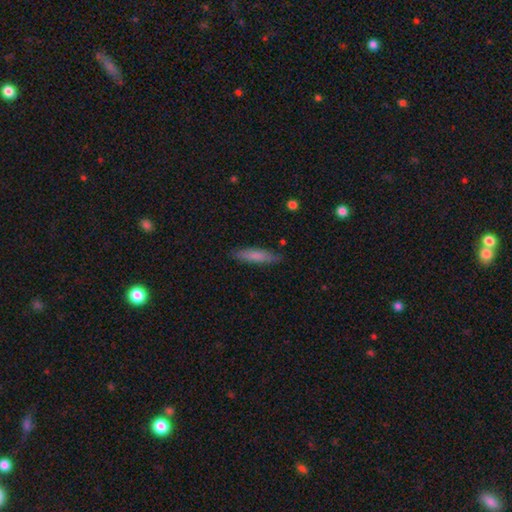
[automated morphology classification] Smooth or featured? smooth (77%)
How rounded? cigar-shaped (80%)
Merging? none (85%)